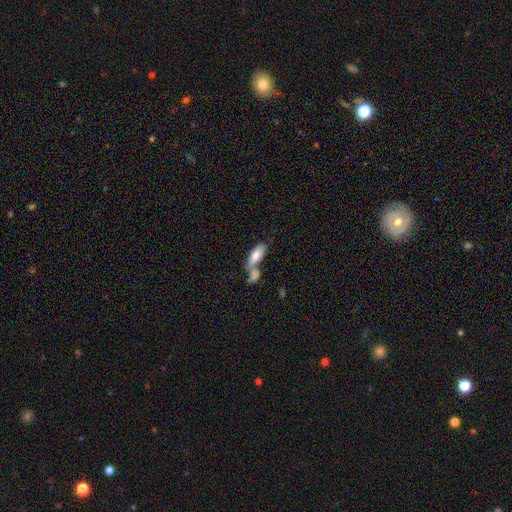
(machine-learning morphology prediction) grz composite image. It shows a smooth galaxy with no disk features (78%) that is in between round and cigar-shaped (81%). Merging: merger (64%).